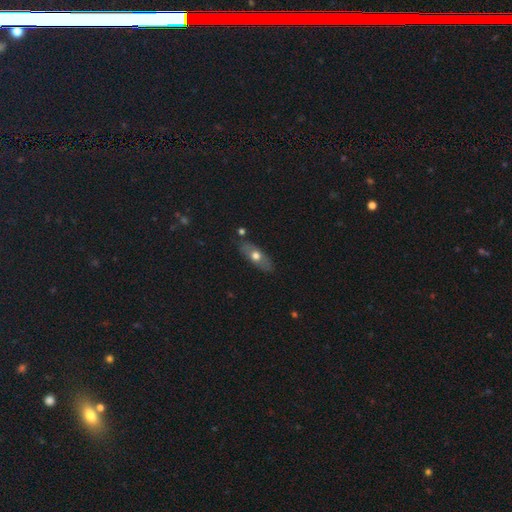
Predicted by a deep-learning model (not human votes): smooth_or_featured: smooth (p=0.53) [alt: featured or disk p=0.40]
how_rounded: in between (p=0.66) [alt: cigar-shaped p=0.29]
merging: none (p=0.82) [alt: minor disturbance p=0.13]